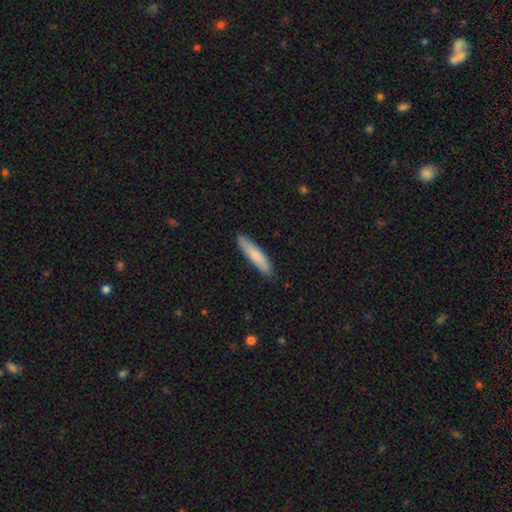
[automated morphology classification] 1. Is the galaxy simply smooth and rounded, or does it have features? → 77% smooth, 18% featured or disk, 5% star or artifact.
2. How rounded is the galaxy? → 85% cigar-shaped, 14% in between, 1% round.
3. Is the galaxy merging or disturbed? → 87% none, 10% minor disturbance, 2% major disturbance, 1% merger.